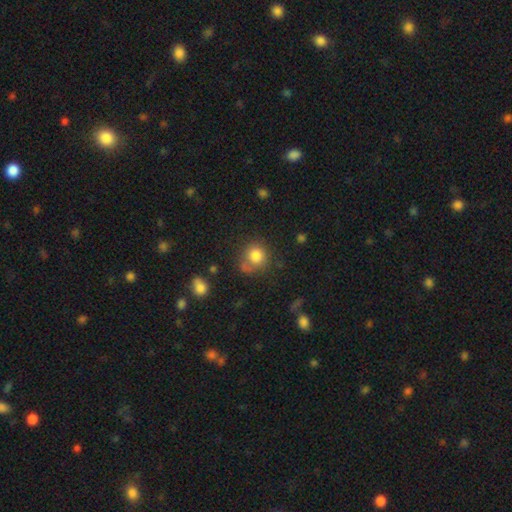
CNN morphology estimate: type=smooth (80%); roundness=round (84%); merging=none (58%).